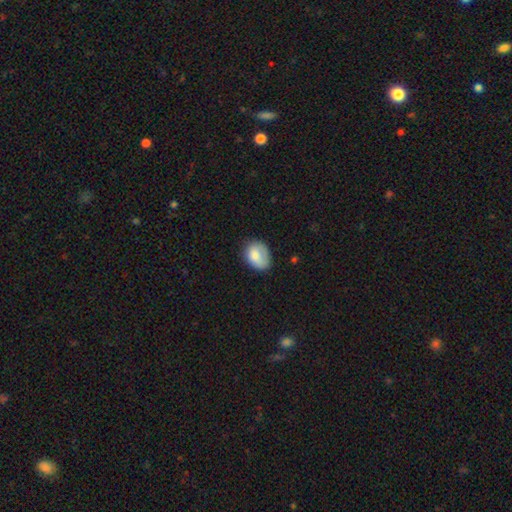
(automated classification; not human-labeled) This appears to be a smooth galaxy with no disk features (78%) that is in between round and cigar-shaped (71%). Merging: none (62%).